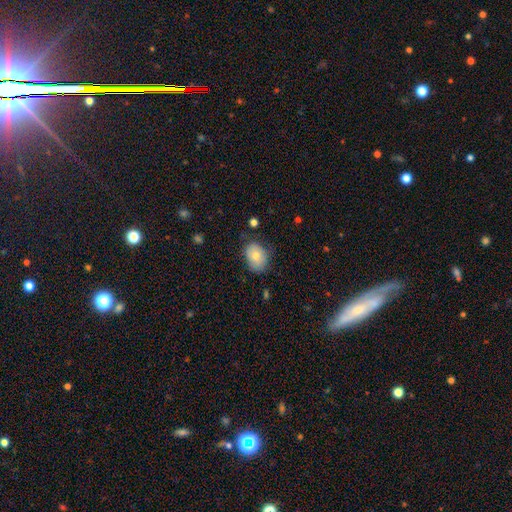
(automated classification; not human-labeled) Morphology: type=smooth (74%); roundness=in between (63%); merging=none (66%).